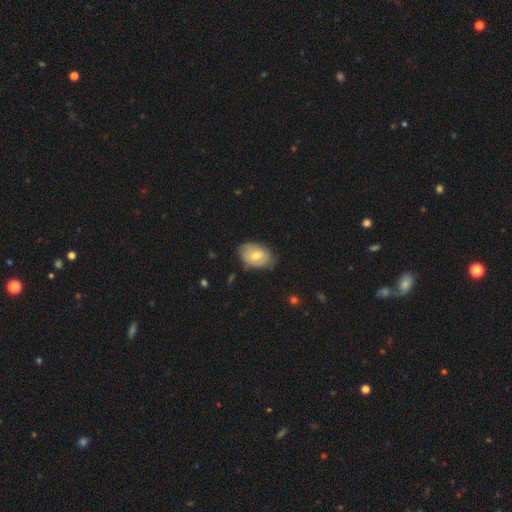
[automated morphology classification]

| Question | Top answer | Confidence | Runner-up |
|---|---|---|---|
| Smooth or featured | smooth | 61% | featured or disk (33%) |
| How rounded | in between | 81% | round (18%) |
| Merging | none | 69% | minor disturbance (25%) |